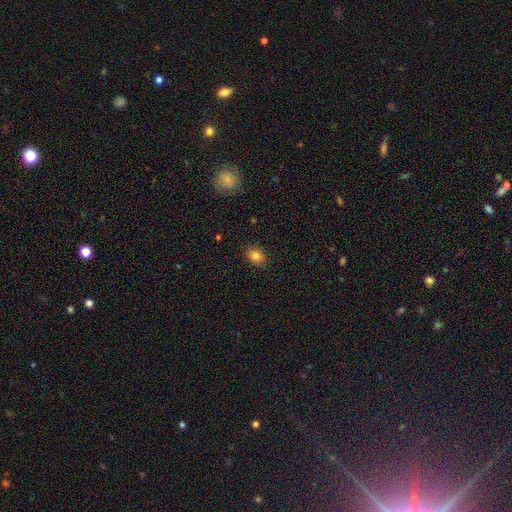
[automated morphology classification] This appears to be a smooth galaxy with no disk features (82%) that is in between round and cigar-shaped (55%). Merging: none (88%).